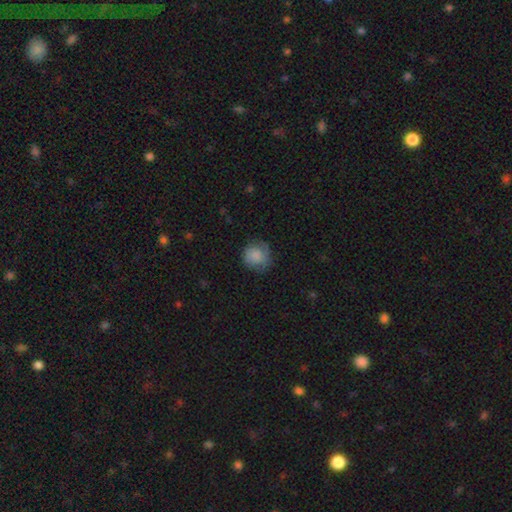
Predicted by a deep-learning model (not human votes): This is clearly a smooth galaxy (82%). How rounded: clearly round (88%). Merging: likely none (71%).